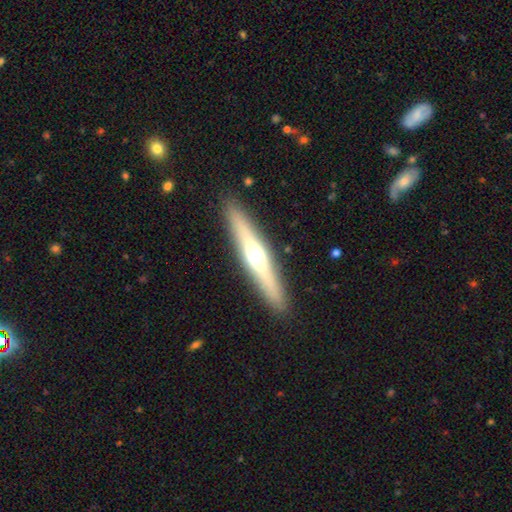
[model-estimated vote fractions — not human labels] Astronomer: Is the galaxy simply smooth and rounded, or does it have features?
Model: featured or disk — 58% (runner-up: smooth, 36%).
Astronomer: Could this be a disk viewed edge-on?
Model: yes — 93%.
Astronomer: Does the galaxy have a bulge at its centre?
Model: rounded — 89%.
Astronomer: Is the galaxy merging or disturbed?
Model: none — 91%.